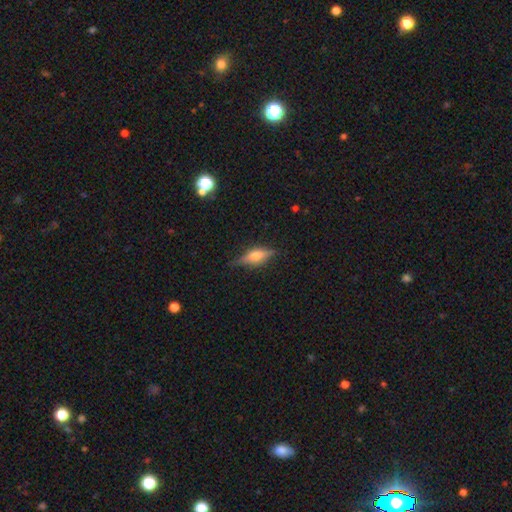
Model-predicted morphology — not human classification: Smooth or featured? featured or disk (54%)
Edge-on disk? yes (92%)
Edge-on bulge? rounded (84%)
Merging? none (80%)